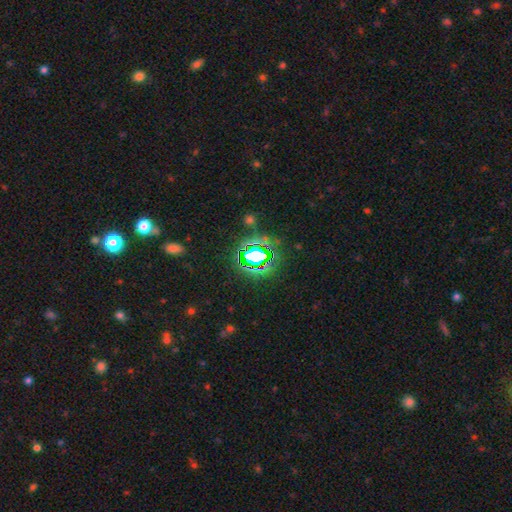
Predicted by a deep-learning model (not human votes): Smooth or featured?
  - star or artifact: 72% *
  - smooth: 17%
  - featured or disk: 11%